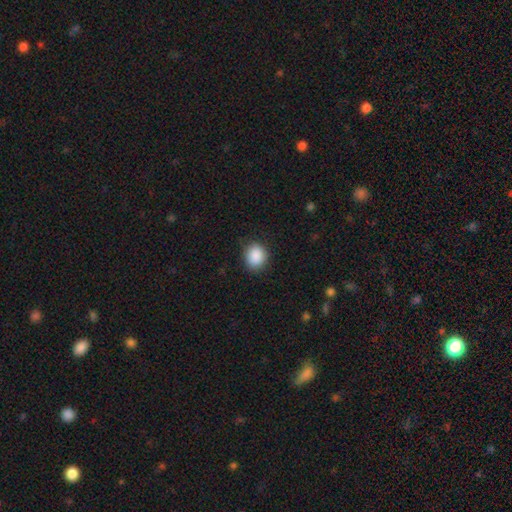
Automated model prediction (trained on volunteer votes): Overall: smooth (89%). How rounded: round (64%; in between 36%). Merging: none (84%).